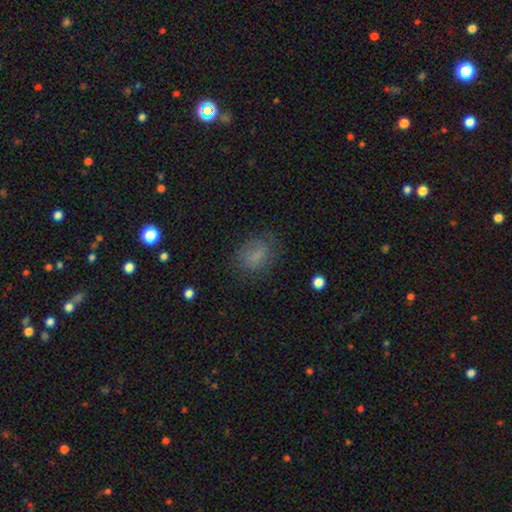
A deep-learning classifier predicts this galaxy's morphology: The model was most divided on "how rounded": in between: 66%, round: 32%, cigar-shaped: 2%. More confident: smooth or featured — smooth (75%); merging — none (70%).